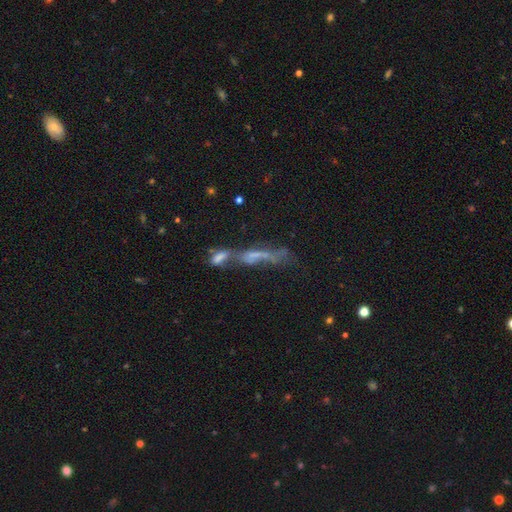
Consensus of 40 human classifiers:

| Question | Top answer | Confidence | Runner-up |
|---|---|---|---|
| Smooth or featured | featured or disk | 52% | smooth (38%) |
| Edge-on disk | no | 76% | yes (24%) |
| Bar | no | 94% | weak (6%) |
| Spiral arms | no | 94% | yes (6%) |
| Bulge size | none | 69% | large (12%) |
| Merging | merger | 67% | major disturbance (25%) |